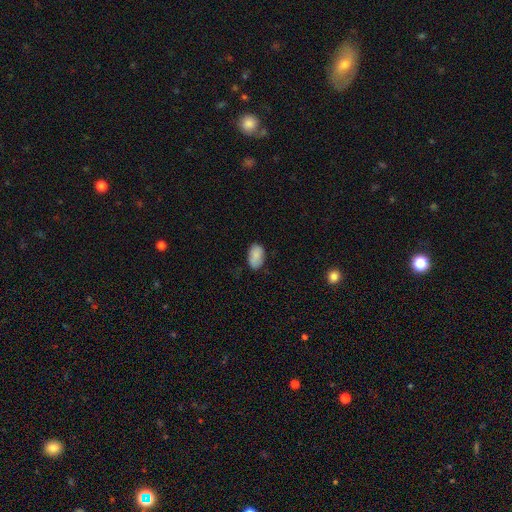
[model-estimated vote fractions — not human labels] This appears to be a smooth galaxy with no disk features (87%) that is in between round and cigar-shaped (93%). Merging: none (75%).